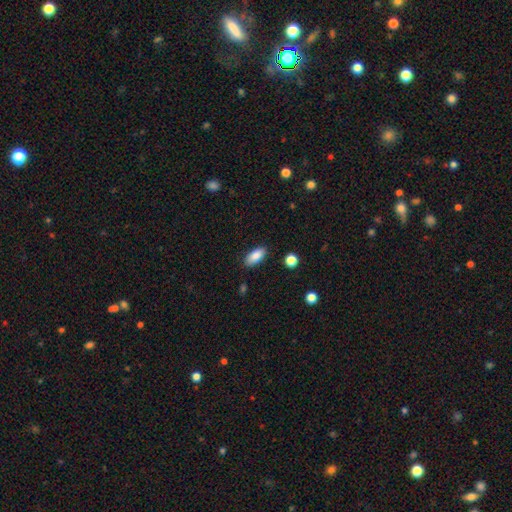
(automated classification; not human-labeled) Overall: smooth (87%). How rounded: in between (89%). Merging: none (86%).